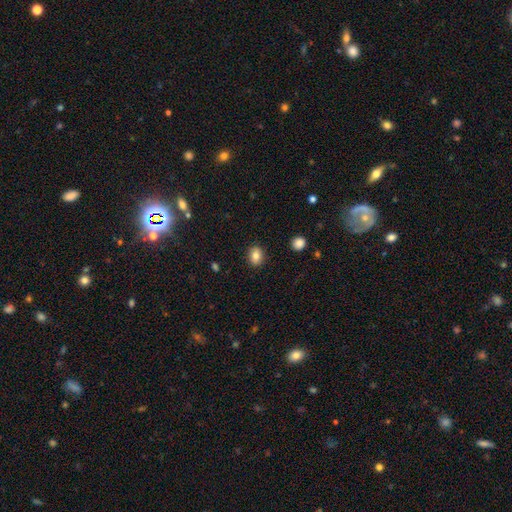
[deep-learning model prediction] Smooth or featured: smooth — 84% (star or artifact — 9%)
How rounded: in between — 58% (round — 41%)
Merging: none — 88% (minor disturbance — 8%)